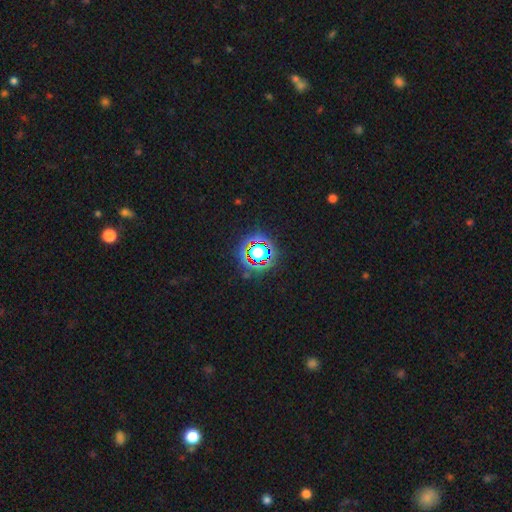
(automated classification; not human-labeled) This is likely a star or artifact rather than a galaxy (77%).